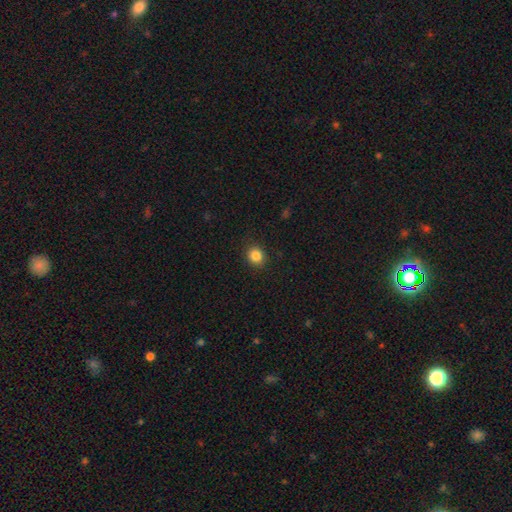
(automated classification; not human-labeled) Smooth or featured?
  - smooth: 85% *
  - star or artifact: 11%
  - featured or disk: 4%
How rounded?
  - round: 81% *
  - in between: 18%
  - cigar-shaped: 1%
Merging?
  - none: 90% *
  - minor disturbance: 7%
  - major disturbance: 2%
  - merger: 1%